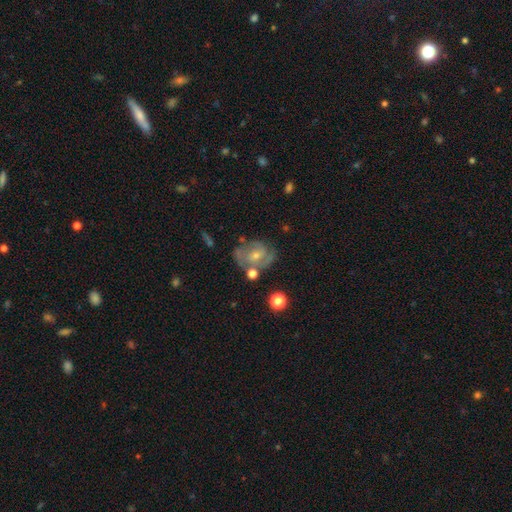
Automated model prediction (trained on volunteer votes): This appears to be a featured or disk galaxy (66%) with no bar (56%), 2 (52%) medium (44%) spiral arms (79%) and a small central bulge (56%). Merging: none (53%).